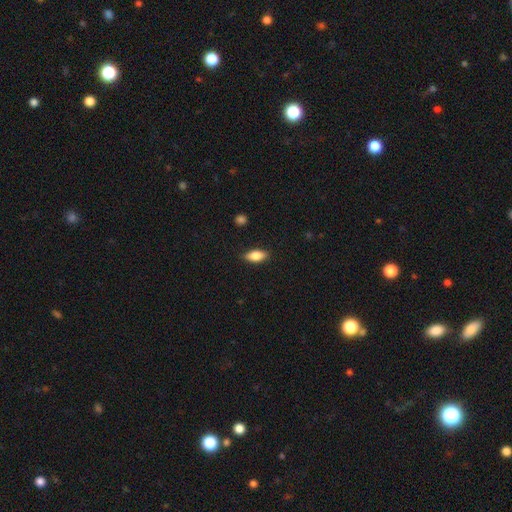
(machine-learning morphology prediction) This appears to be a smooth galaxy with no disk features (81%) that is in between round and cigar-shaped (86%). Merging: none (86%).